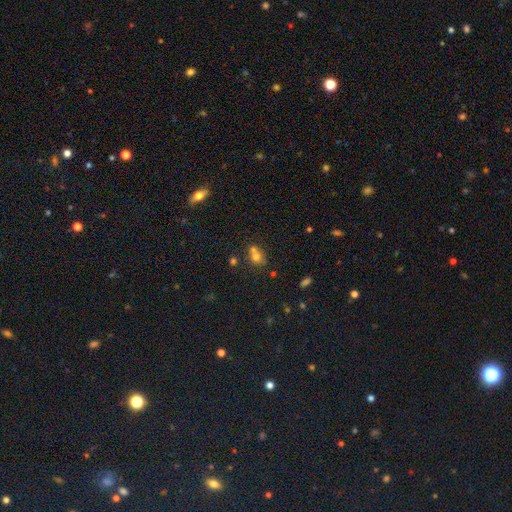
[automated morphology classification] Smooth or featured: smooth — 69% (star or artifact — 17%)
How rounded: round — 68% (in between — 31%)
Merging: merger — 49% (none — 37%)